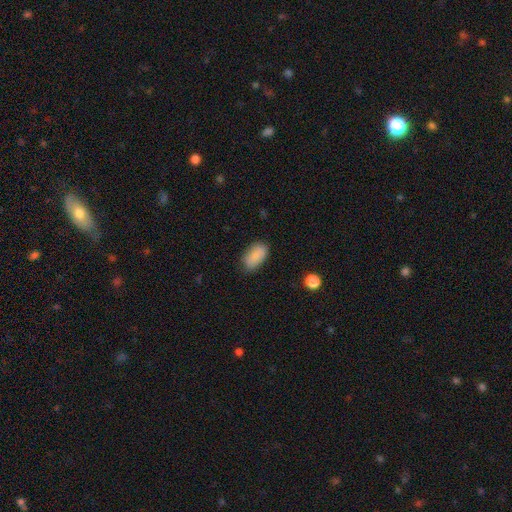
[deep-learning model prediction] smooth_or_featured: smooth (p=0.87) [alt: star or artifact p=0.08]
how_rounded: in between (p=0.92) [alt: round p=0.04]
merging: none (p=0.74) [alt: minor disturbance p=0.20]